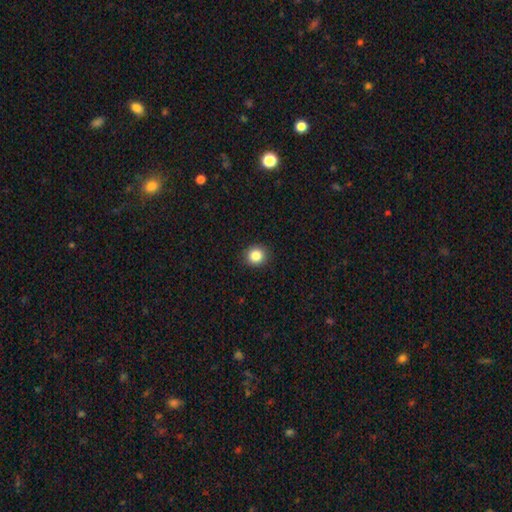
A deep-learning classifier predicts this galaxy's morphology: smooth_or_featured: smooth (p=0.85) [alt: star or artifact p=0.10]
how_rounded: round (p=0.89) [alt: in between p=0.10]
merging: none (p=0.92) [alt: minor disturbance p=0.06]